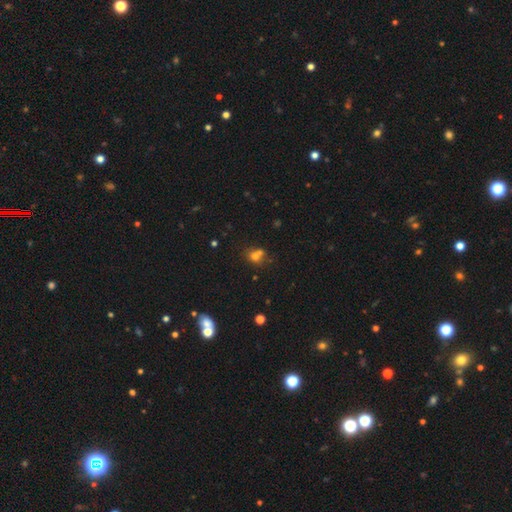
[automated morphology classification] Smooth or featured? smooth (65%)
How rounded? round (72%)
Merging? merger (46%)